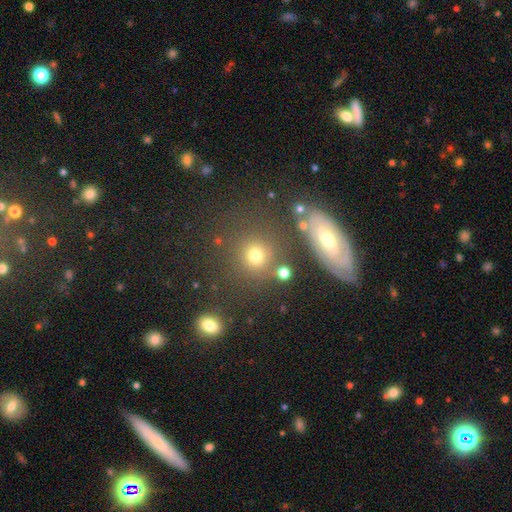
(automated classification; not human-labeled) This is likely a smooth galaxy (71%). How rounded: clearly round (82%). Merging: likely none (73%).